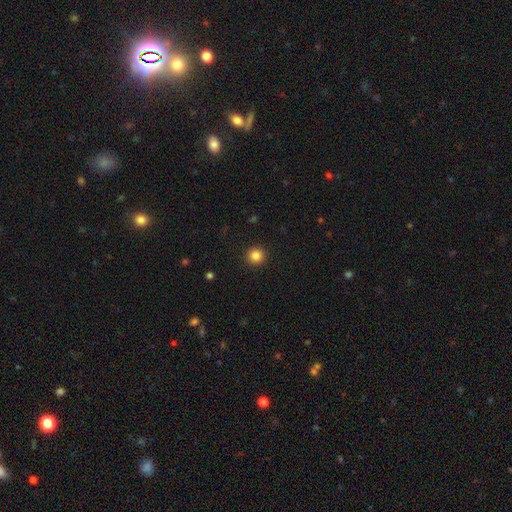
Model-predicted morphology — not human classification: type=smooth (85%); roundness=round (95%); merging=none (93%).